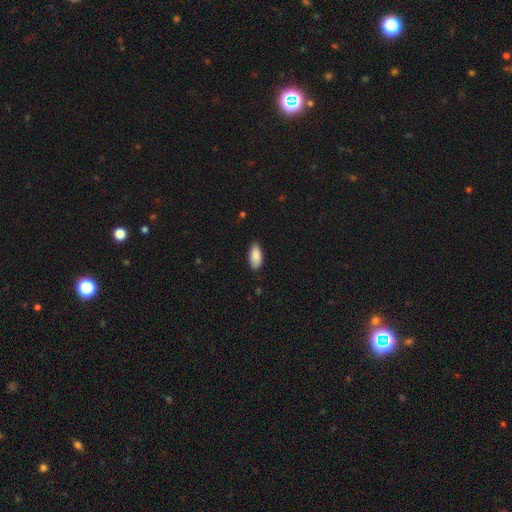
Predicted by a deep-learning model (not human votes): smooth_or_featured: smooth (p=0.89) [alt: star or artifact p=0.06]
how_rounded: in between (p=0.90) [alt: cigar-shaped p=0.09]
merging: none (p=0.84) [alt: minor disturbance p=0.13]